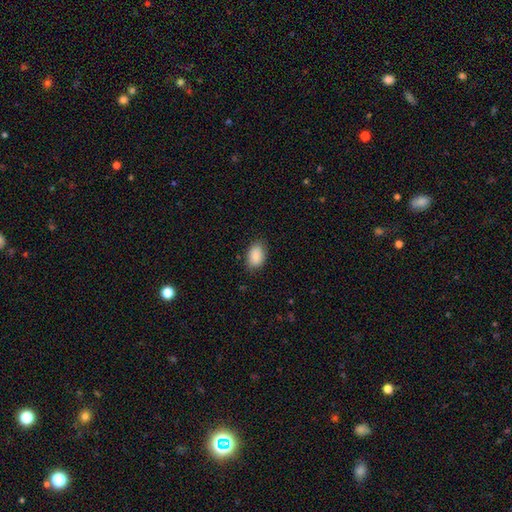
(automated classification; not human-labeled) smooth-or-featured: smooth: 87% | star or artifact: 7% | featured or disk: 6%
  how-rounded: in between: 88% | round: 11% | cigar-shaped: 1%
  merging: none: 82% | minor disturbance: 14% | major disturbance: 3% | merger: 1%